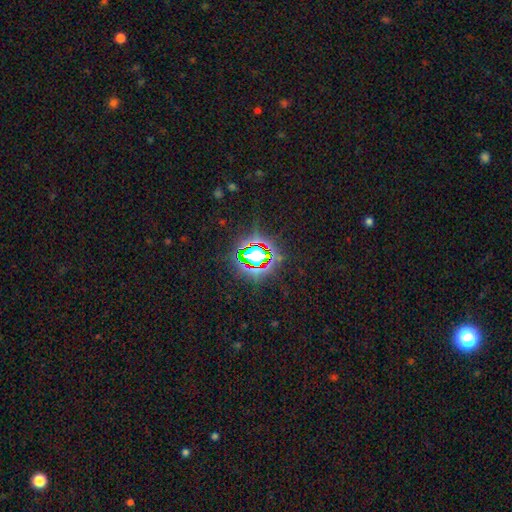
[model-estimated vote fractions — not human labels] Smooth or featured? Predicted: star or artifact (p=0.75).